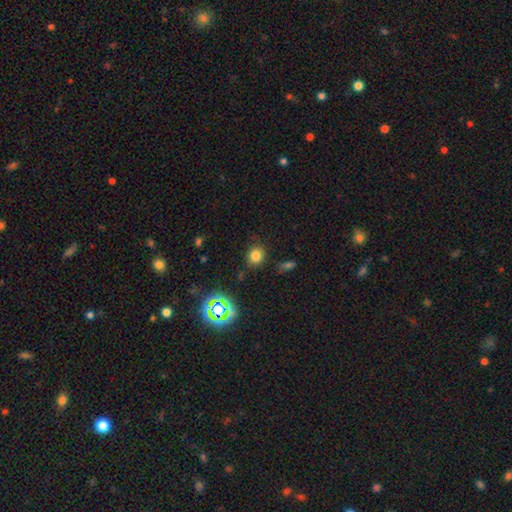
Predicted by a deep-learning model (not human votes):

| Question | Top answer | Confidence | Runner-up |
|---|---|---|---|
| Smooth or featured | smooth | 75% | star or artifact (18%) |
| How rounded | round | 75% | in between (24%) |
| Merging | none | 81% | minor disturbance (12%) |